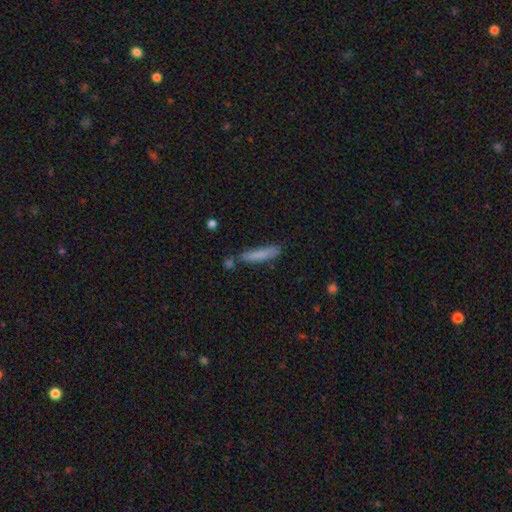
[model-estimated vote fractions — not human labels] Smooth or featured?
  - smooth: 76% *
  - featured or disk: 16%
  - star or artifact: 8%
How rounded?
  - cigar-shaped: 92% *
  - in between: 7%
  - round: 1%
Merging?
  - none: 76% *
  - minor disturbance: 14%
  - merger: 6%
  - major disturbance: 3%